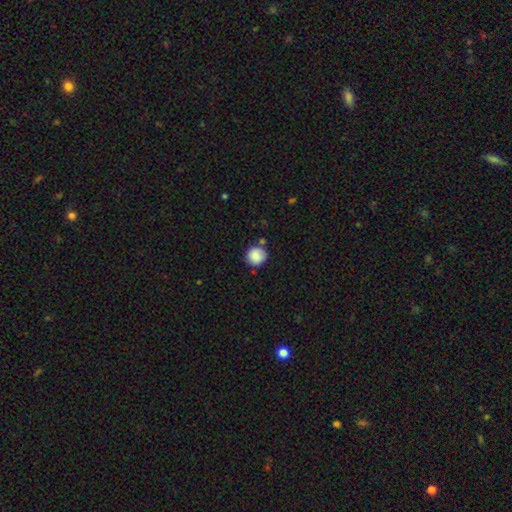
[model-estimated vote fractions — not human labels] A smooth galaxy with no disk features (86%) that is round (90%).

Vote fractions:
- Smooth or featured? smooth: 86% / star or artifact: 8% / featured or disk: 6%
- How rounded? round: 90% / in between: 9% / cigar-shaped: 1%
- Merging? none: 77% / minor disturbance: 14% / merger: 6% / major disturbance: 3%